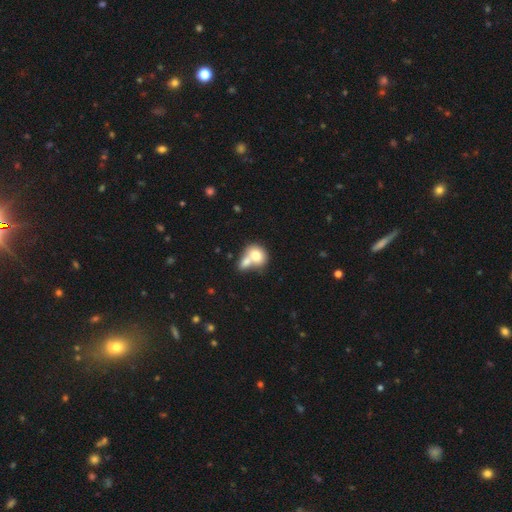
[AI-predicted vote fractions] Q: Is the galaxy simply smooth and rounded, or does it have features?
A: smooth — 75%.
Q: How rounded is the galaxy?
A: round — 50%.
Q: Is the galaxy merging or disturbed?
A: merger — 67%.